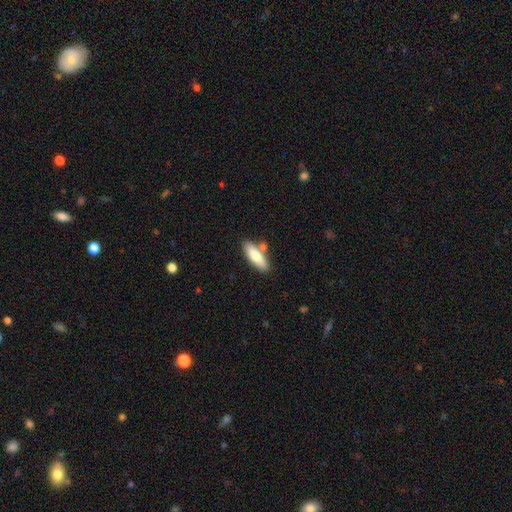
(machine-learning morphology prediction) type=smooth (76%); roundness=in between (57%); merging=none (73%).